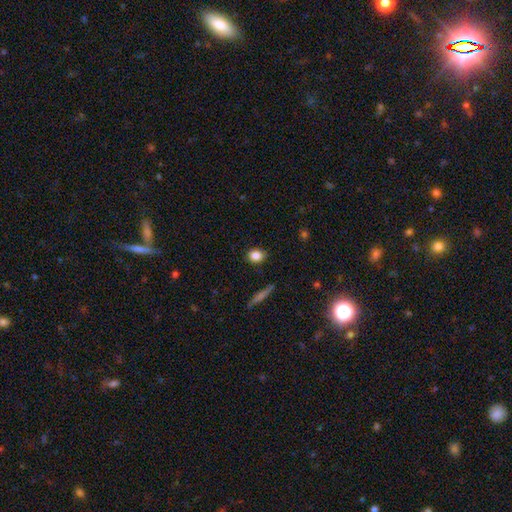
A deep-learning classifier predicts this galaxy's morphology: This is clearly a smooth galaxy (84%). How rounded: possibly round (55%). Merging: clearly none (88%).